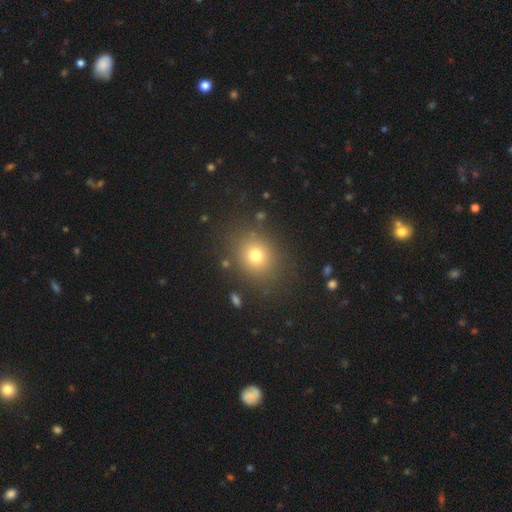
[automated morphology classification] Smooth or featured? Predicted: smooth (p=0.74). How rounded? Predicted: round (p=0.70). Merging? Predicted: none (p=0.85).